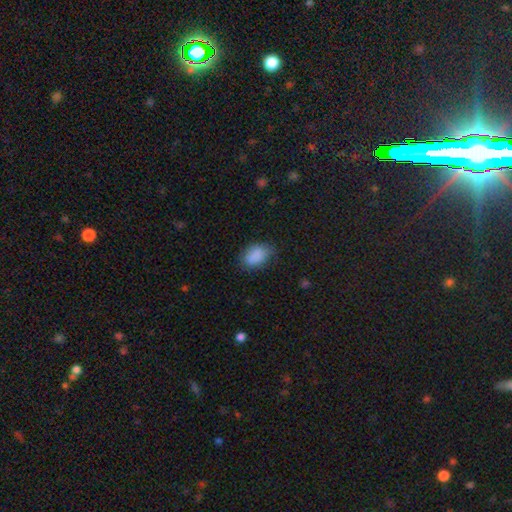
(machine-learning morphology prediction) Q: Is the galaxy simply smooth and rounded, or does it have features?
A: smooth — 86%.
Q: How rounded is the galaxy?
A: in between — 83%.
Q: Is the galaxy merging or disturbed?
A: none — 69%.